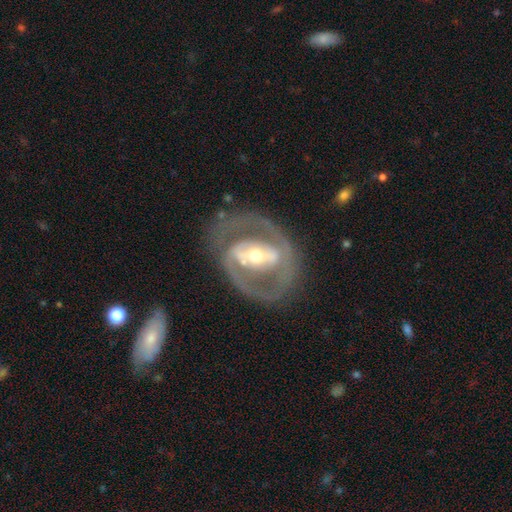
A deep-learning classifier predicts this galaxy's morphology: This is clearly a featured or disk galaxy (84%). It is clearly not viewed edge-on (94%). Bar: possibly strong (52%). Spiral arm pattern: likely yes (68%). Spiral arm count: likely 2 (76%). Spiral winding: marginally medium (43%, tied with tight). Central bulge: possibly moderate (60%). Merging: likely none (72%).